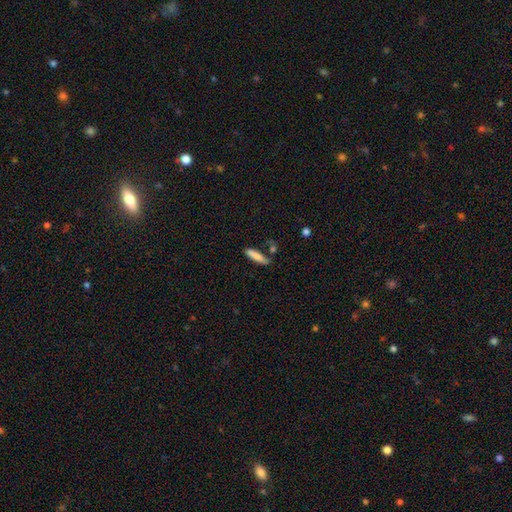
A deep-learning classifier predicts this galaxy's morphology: This is clearly a smooth galaxy (81%). How rounded: likely cigar-shaped (77%). Merging: likely none (71%).